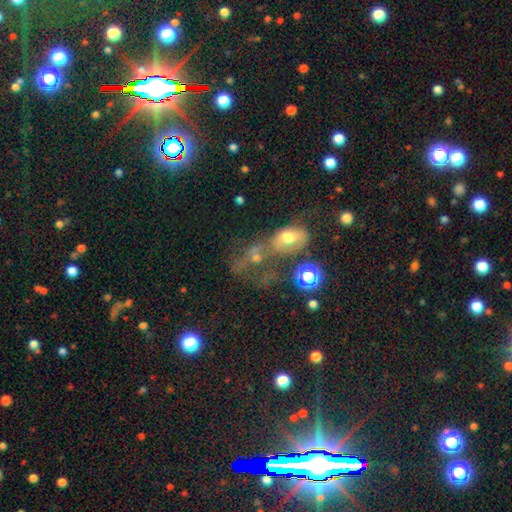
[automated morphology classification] Q: Smooth or featured?
A: smooth (45%); runner-up: featured or disk (29%)
Q: Merging?
A: merger (43%); runner-up: none (24%)